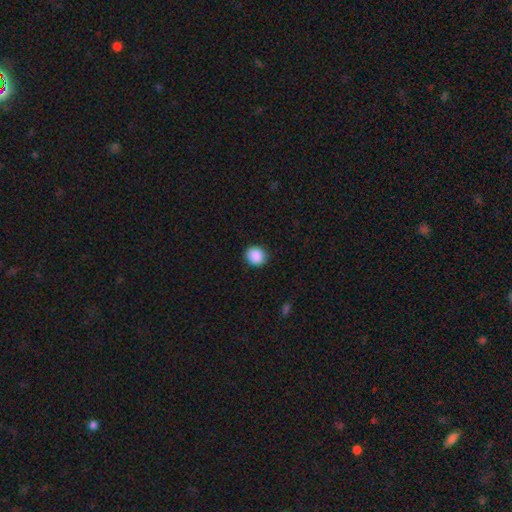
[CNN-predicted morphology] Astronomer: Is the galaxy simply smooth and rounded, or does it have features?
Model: smooth — 89%.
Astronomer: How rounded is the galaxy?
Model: round — 77%.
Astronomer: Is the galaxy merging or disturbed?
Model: none — 87%.